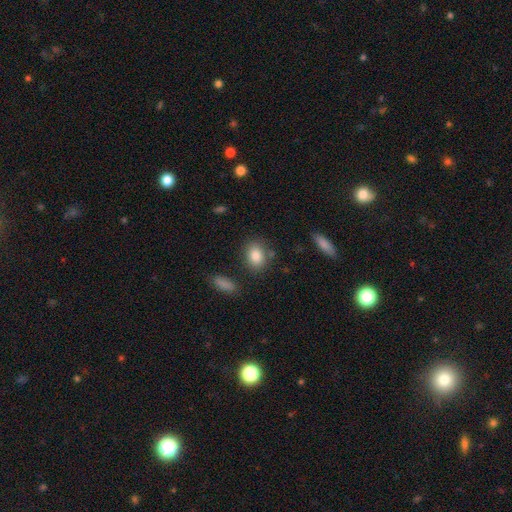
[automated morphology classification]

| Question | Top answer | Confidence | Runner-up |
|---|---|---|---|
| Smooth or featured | smooth | 84% | star or artifact (8%) |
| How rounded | in between | 66% | round (32%) |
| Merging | none | 77% | minor disturbance (13%) |